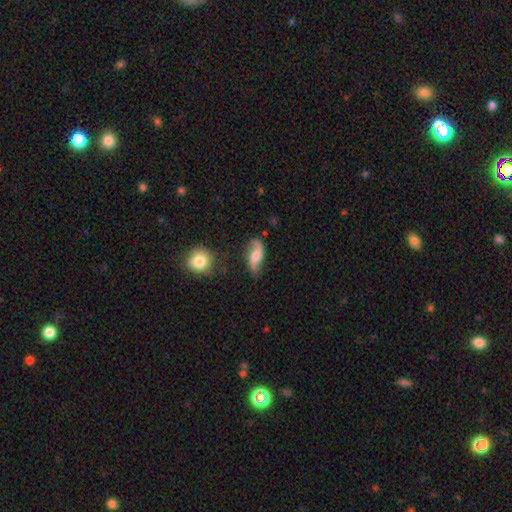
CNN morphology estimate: A featured or disk galaxy (76%) with no bar (53%), 2 (92%) loose (80%) spiral arms (94%) and a moderate central bulge (50%). Merging: none (70%).